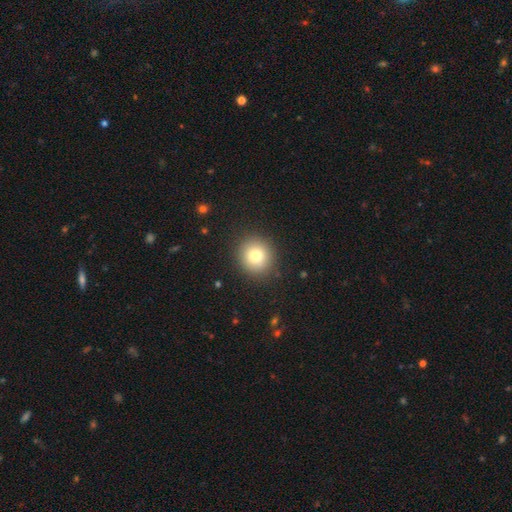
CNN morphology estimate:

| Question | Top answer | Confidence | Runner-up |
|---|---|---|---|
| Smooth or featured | smooth | 77% | star or artifact (12%) |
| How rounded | round | 90% | in between (9%) |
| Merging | none | 89% | minor disturbance (7%) |